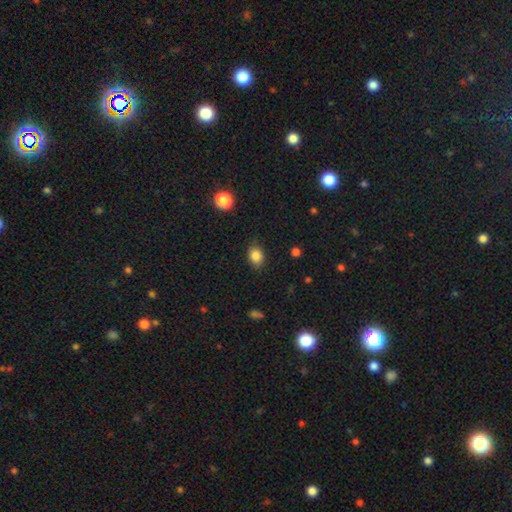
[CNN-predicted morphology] Smooth or featured?
  - smooth: 85% *
  - star or artifact: 10%
  - featured or disk: 5%
How rounded?
  - in between: 61% *
  - round: 38%
  - cigar-shaped: 1%
Merging?
  - none: 81% *
  - minor disturbance: 14%
  - major disturbance: 3%
  - merger: 1%